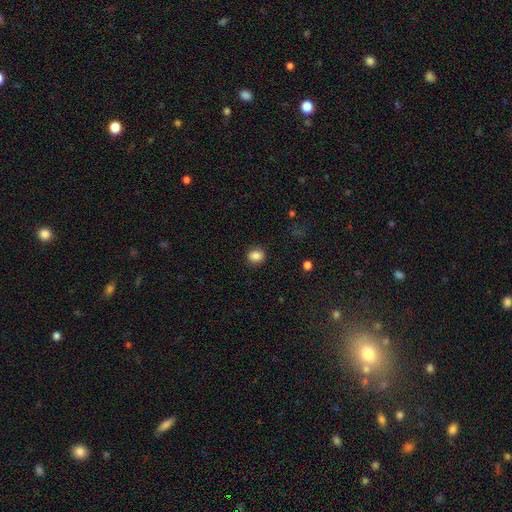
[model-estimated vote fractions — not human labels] smooth-or-featured: smooth: 85% | star or artifact: 10% | featured or disk: 5%
  how-rounded: round: 70% | in between: 29% | cigar-shaped: 1%
  merging: none: 89% | minor disturbance: 8% | major disturbance: 2% | merger: 1%